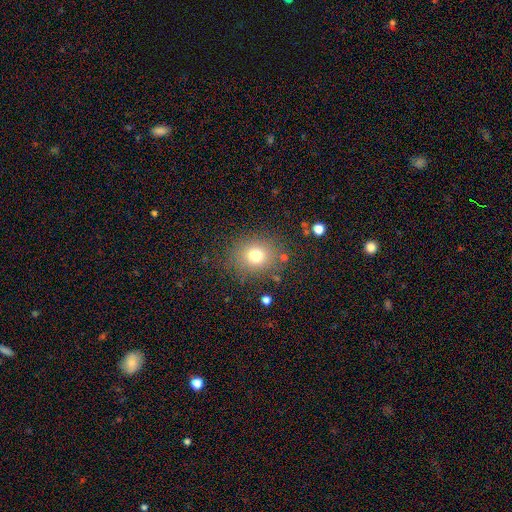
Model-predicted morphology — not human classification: smooth-or-featured: smooth: 74% | star or artifact: 15% | featured or disk: 10%
  how-rounded: round: 69% | in between: 30% | cigar-shaped: 1%
  merging: none: 82% | minor disturbance: 11% | major disturbance: 5% | merger: 2%